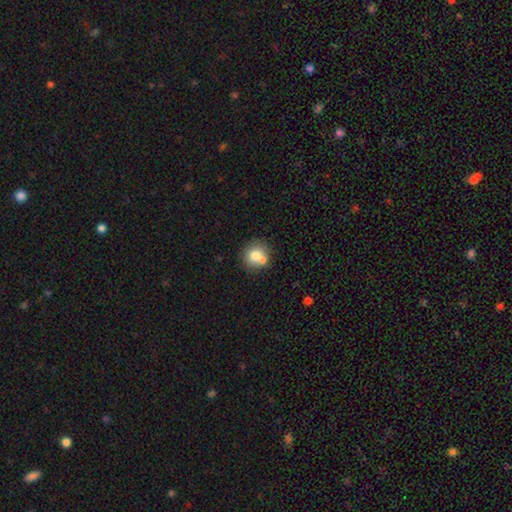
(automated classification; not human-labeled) Smooth or featured? Predicted: smooth (p=0.74). How rounded? Predicted: round (p=0.83). Merging? Predicted: none (p=0.55).